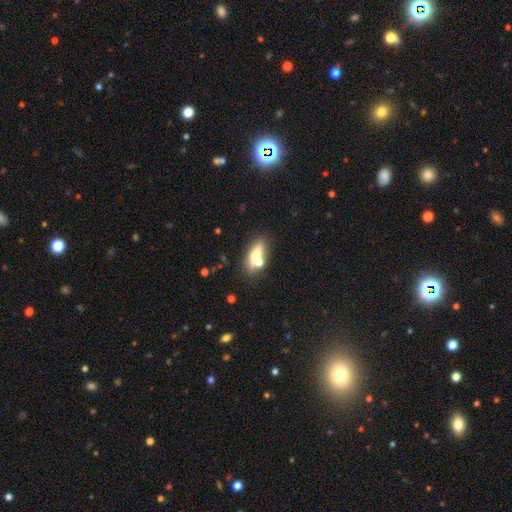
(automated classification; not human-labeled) Smooth or featured: smooth — 56% (featured or disk — 34%)
How rounded: in between — 63% (cigar-shaped — 29%)
Merging: none — 62% (merger — 21%)